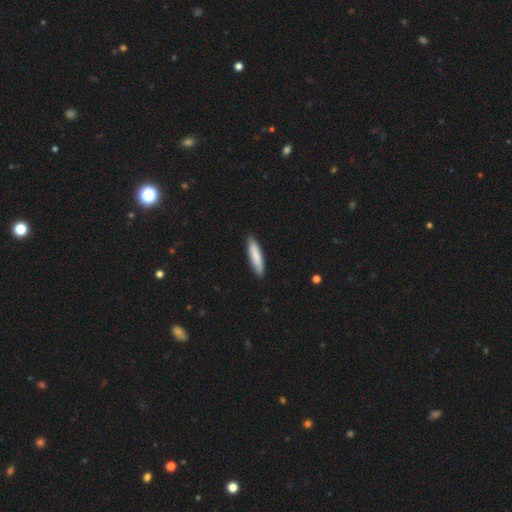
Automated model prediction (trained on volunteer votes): smooth 82%, featured or disk 13%, star or artifact 5%. Down the decision tree: how rounded — cigar-shaped (82%); merging — none (89%).